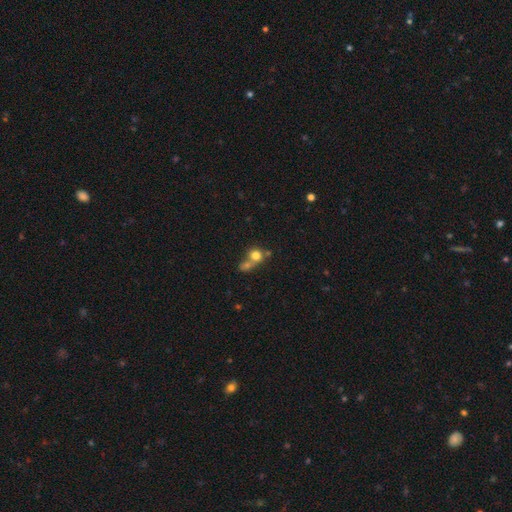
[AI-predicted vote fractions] Smooth or featured: smooth — 74% (featured or disk — 13%)
How rounded: round — 82% (in between — 17%)
Merging: merger — 54% (none — 34%)